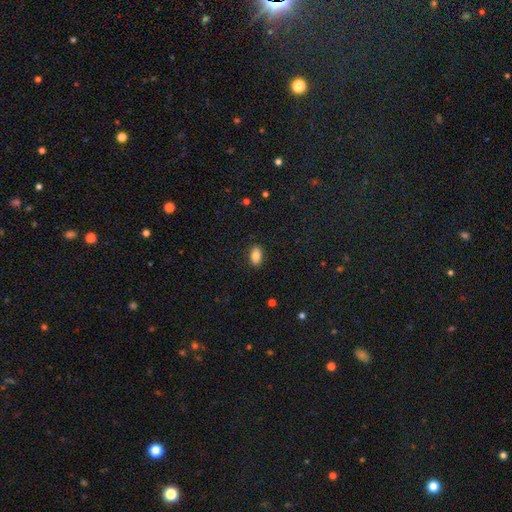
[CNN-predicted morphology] smooth_or_featured: smooth (p=0.82) [alt: featured or disk p=0.09]
how_rounded: in between (p=0.90) [alt: round p=0.07]
merging: none (p=0.87) [alt: minor disturbance p=0.10]